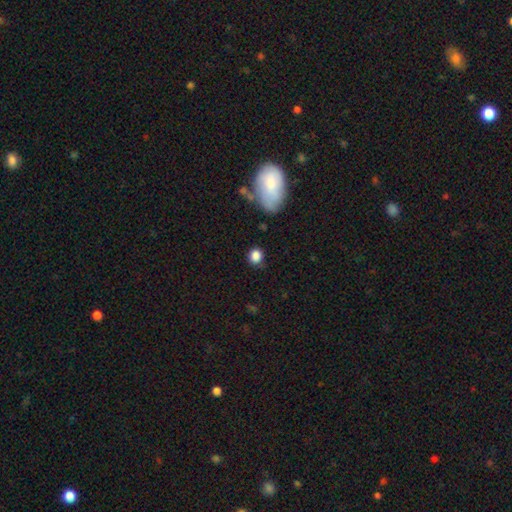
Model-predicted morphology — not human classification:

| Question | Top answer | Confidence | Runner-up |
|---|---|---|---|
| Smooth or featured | smooth | 85% | star or artifact (10%) |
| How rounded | round | 82% | in between (16%) |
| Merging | none | 80% | minor disturbance (13%) |